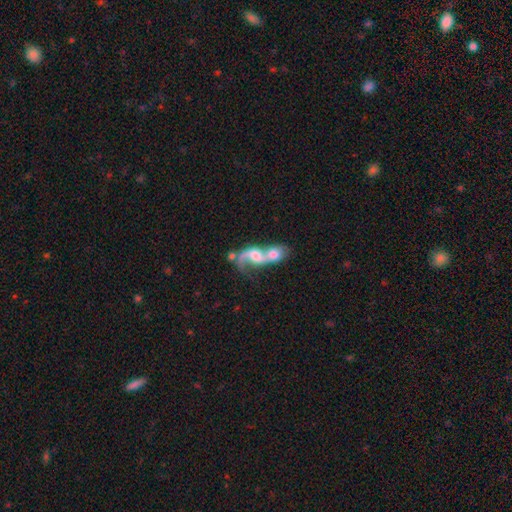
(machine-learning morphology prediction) Q: Smooth or featured?
A: featured or disk (62%); runner-up: smooth (31%)
Q: Edge-on disk?
A: no (95%); runner-up: yes (5%)
Q: Bar?
A: no (59%); runner-up: weak (32%)
Q: Spiral arms?
A: yes (76%); runner-up: no (24%)
Q: Bulge size?
A: moderate (44%); runner-up: small (21%)
Q: Merging?
A: merger (81%); runner-up: none (9%)